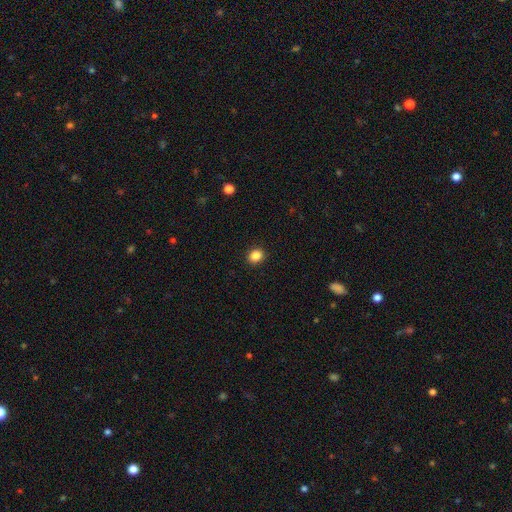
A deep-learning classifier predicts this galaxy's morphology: The model was most divided on "how rounded": round: 66%, in between: 33%, cigar-shaped: 1%. More confident: merging — none (91%); smooth or featured — smooth (86%).